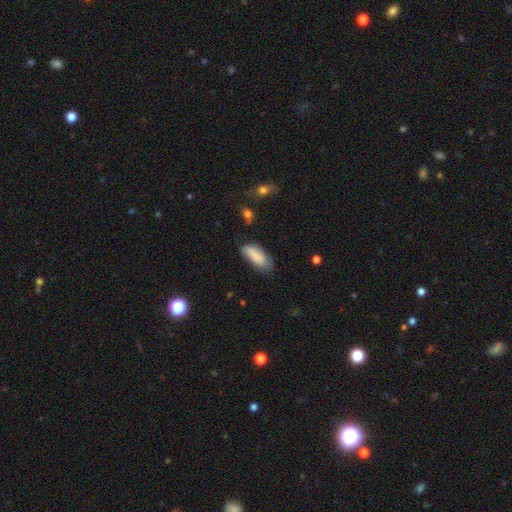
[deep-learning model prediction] Q: Smooth or featured?
A: smooth (81%); runner-up: featured or disk (13%)
Q: How rounded?
A: in between (82%); runner-up: cigar-shaped (16%)
Q: Merging?
A: none (60%); runner-up: minor disturbance (29%)